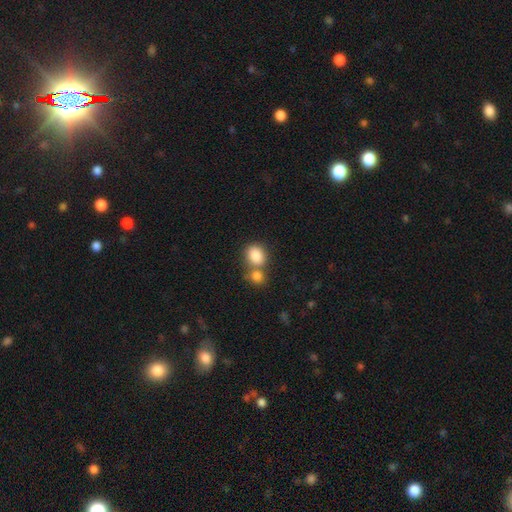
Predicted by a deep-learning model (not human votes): smooth-or-featured: smooth: 85% | star or artifact: 9% | featured or disk: 7%
  how-rounded: round: 55% | in between: 44% | cigar-shaped: 1%
  merging: merger: 45% | none: 42% | minor disturbance: 9% | major disturbance: 4%